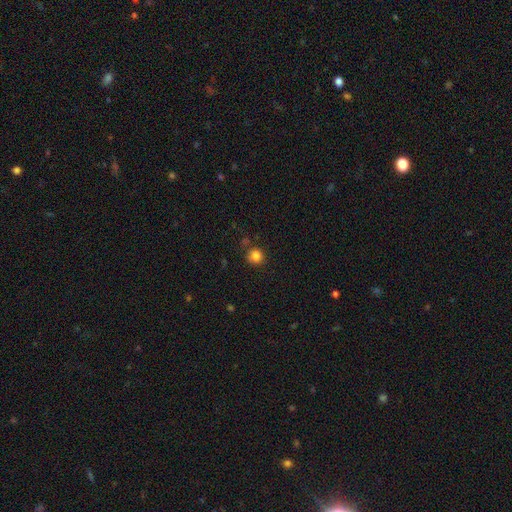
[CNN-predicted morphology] A smooth galaxy with no disk features (84%) that is round (91%).

Vote fractions:
- Smooth or featured? smooth: 84% / star or artifact: 12% / featured or disk: 5%
- How rounded? round: 91% / in between: 8% / cigar-shaped: 1%
- Merging? none: 81% / minor disturbance: 11% / merger: 5% / major disturbance: 3%